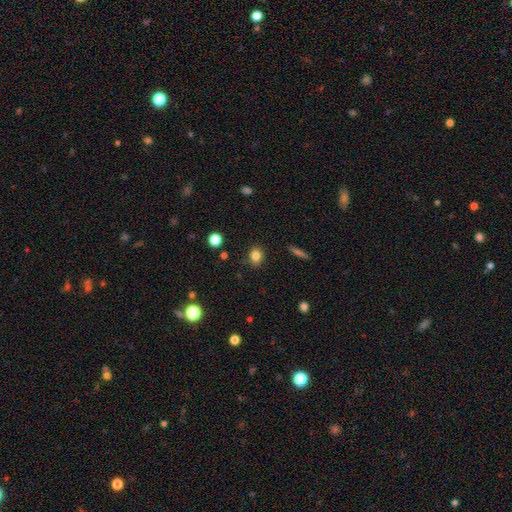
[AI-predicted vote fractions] smooth 82%, star or artifact 11%, featured or disk 7%. Down the decision tree: how rounded — round (52%); merging — none (86%).